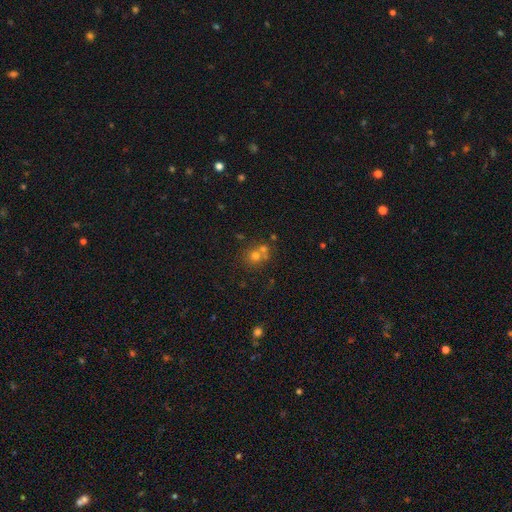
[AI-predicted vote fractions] smooth-or-featured: smooth: 60% | star or artifact: 23% | featured or disk: 16%
  how-rounded: round: 83% | in between: 16% | cigar-shaped: 1%
  merging: none: 51% | merger: 38% | minor disturbance: 8% | major disturbance: 4%